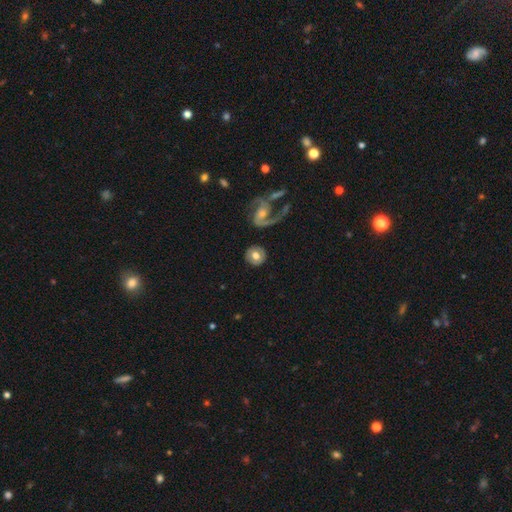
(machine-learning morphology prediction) A smooth galaxy with no disk features (58%) that is round (88%). Merging: none (84%).